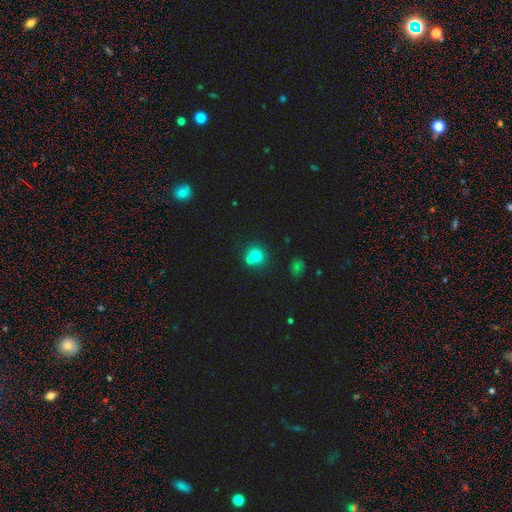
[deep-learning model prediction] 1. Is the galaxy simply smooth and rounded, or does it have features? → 70% smooth, 15% featured or disk, 15% star or artifact.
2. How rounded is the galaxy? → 81% round, 18% in between, 1% cigar-shaped.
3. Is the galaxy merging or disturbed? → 50% none, 40% merger, 7% minor disturbance, 3% major disturbance.